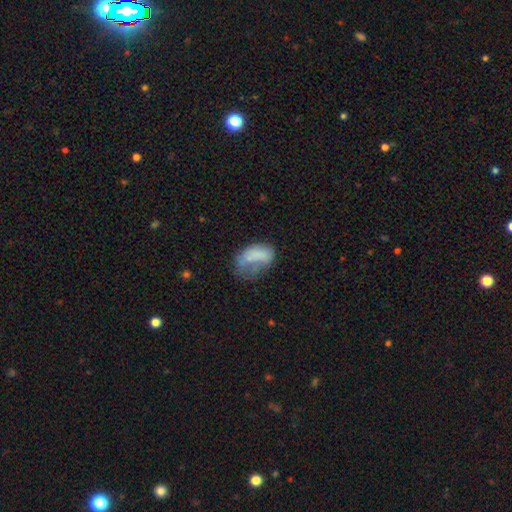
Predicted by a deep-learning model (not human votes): This is likely a smooth galaxy (67%). How rounded: clearly in between (86%). Merging: marginally major disturbance (38%).